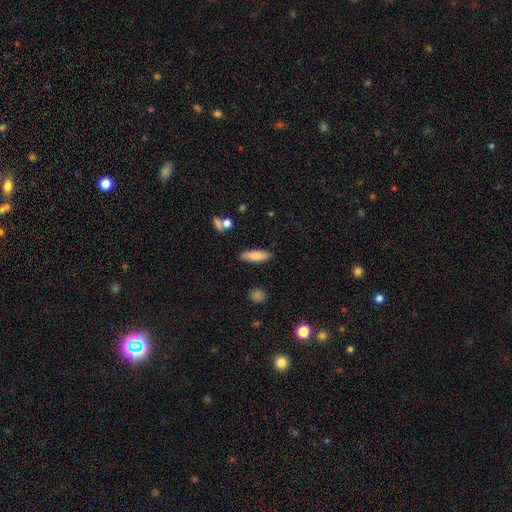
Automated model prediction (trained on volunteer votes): smooth-or-featured: smooth: 82% | featured or disk: 11% | star or artifact: 7%
  how-rounded: in between: 50% | cigar-shaped: 47% | round: 2%
  merging: none: 86% | minor disturbance: 10% | major disturbance: 2% | merger: 2%